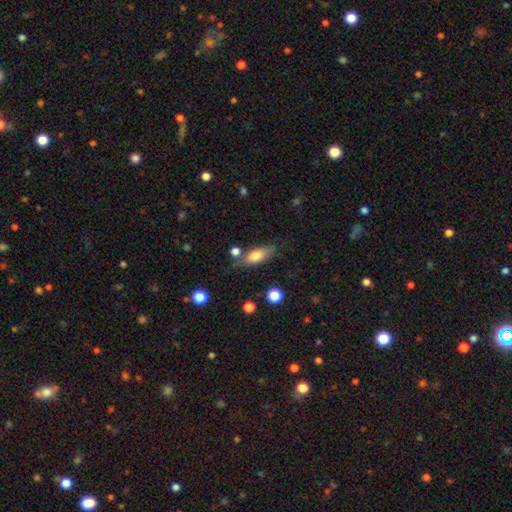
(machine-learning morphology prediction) This is likely a smooth galaxy (74%). How rounded: likely in between (75%). Merging: likely none (65%).